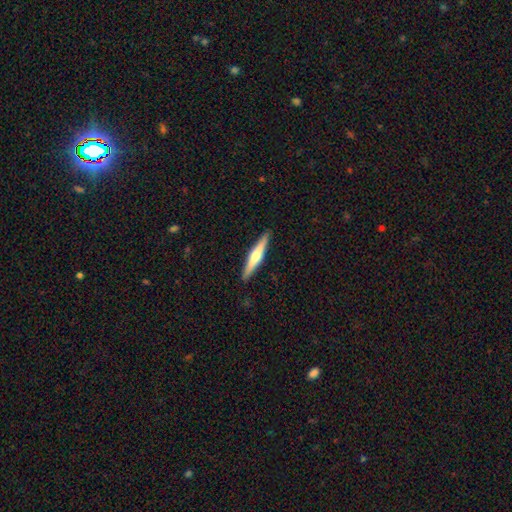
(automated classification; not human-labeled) featured or disk 54%, smooth 42%, star or artifact 5%. Down the decision tree: edge-on disk — yes (97%); edge-on bulge — rounded (83%); merging — none (91%).